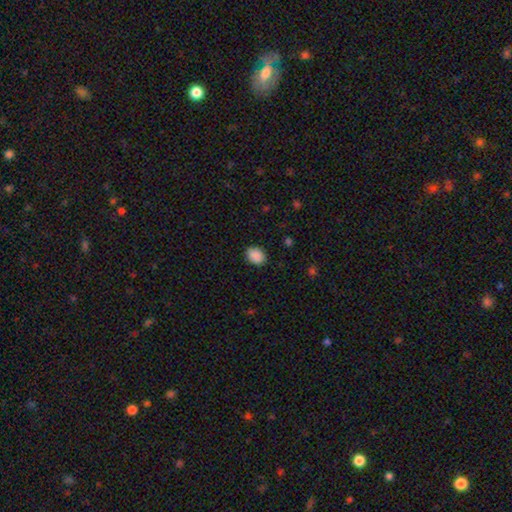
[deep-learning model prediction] A smooth galaxy with no disk features (90%) that is in between round and cigar-shaped (65%). Merging: none (87%).